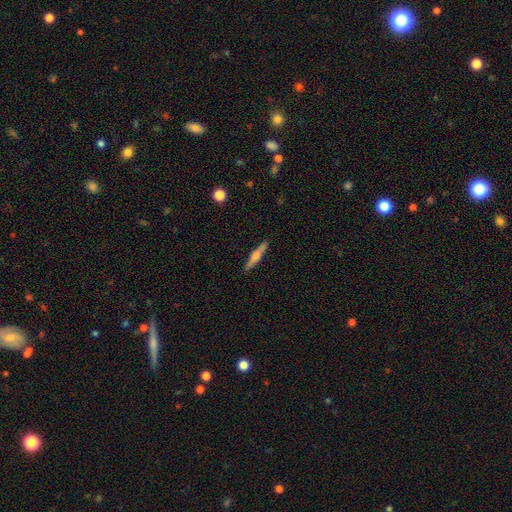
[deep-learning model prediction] smooth-or-featured: featured or disk: 56% | smooth: 38% | star or artifact: 6%
  disk-edge-on: yes: 97% | no: 3%
    edge-on-bulge: rounded: 81% | boxy: 11% | none: 9%
  merging: none: 91% | minor disturbance: 7% | major disturbance: 1% | merger: 1%